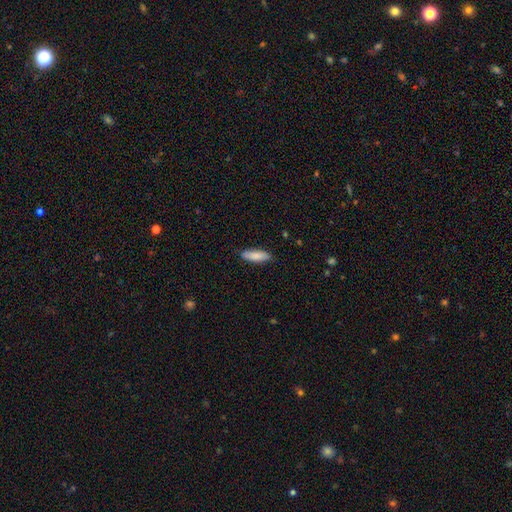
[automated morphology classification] Smooth or featured?
  - smooth: 85% *
  - featured or disk: 9%
  - star or artifact: 6%
How rounded?
  - in between: 51% *
  - cigar-shaped: 47%
  - round: 2%
Merging?
  - none: 86% *
  - minor disturbance: 11%
  - major disturbance: 2%
  - merger: 1%